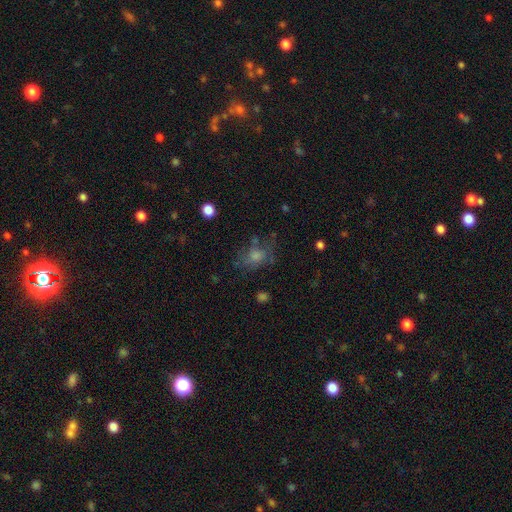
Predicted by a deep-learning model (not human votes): This appears to be a smooth galaxy with no disk features (49%). Merging: none (57%).